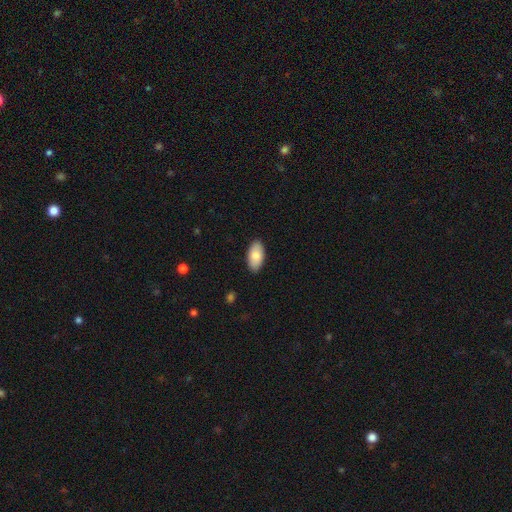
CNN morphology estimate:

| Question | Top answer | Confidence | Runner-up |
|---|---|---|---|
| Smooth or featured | smooth | 82% | featured or disk (12%) |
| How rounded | in between | 95% | cigar-shaped (3%) |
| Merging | none | 88% | minor disturbance (9%) |